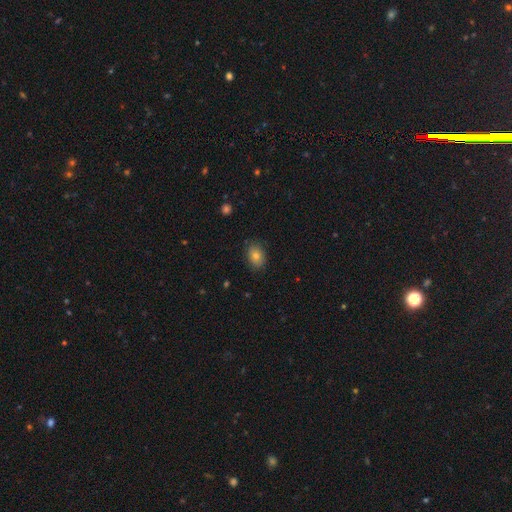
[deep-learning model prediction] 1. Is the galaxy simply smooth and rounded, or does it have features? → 79% smooth, 11% star or artifact, 10% featured or disk.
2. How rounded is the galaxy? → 73% in between, 26% round, 1% cigar-shaped.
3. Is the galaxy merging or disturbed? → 85% none, 12% minor disturbance, 3% major disturbance, 1% merger.